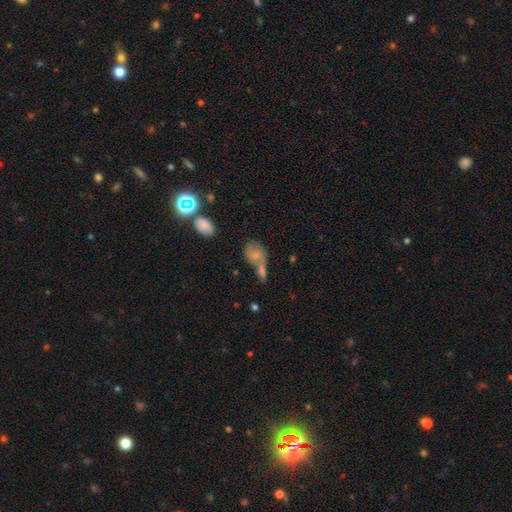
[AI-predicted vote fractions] This appears to be a smooth galaxy with no disk features (66%) that is in between round and cigar-shaped (61%). Merging: merger (48%).